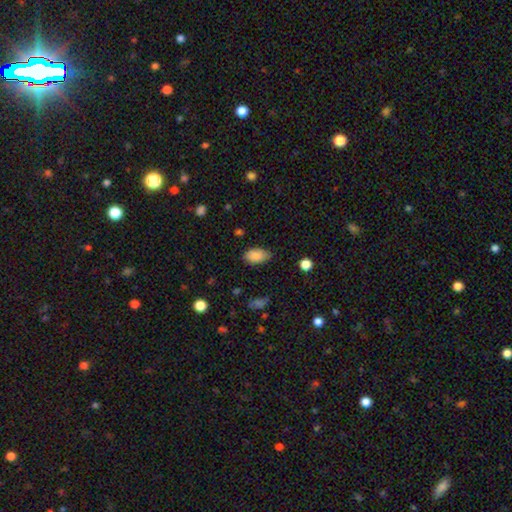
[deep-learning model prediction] A smooth galaxy with no disk features (87%) that is in between round and cigar-shaped (93%). Merging: none (75%).